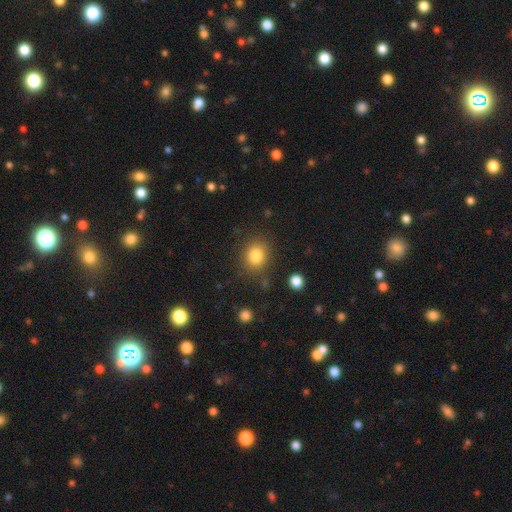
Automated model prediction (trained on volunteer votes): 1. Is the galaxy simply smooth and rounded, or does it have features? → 84% smooth, 10% star or artifact, 6% featured or disk.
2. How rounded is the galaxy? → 72% round, 27% in between, 1% cigar-shaped.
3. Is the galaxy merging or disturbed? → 82% none, 11% minor disturbance, 4% major disturbance, 3% merger.